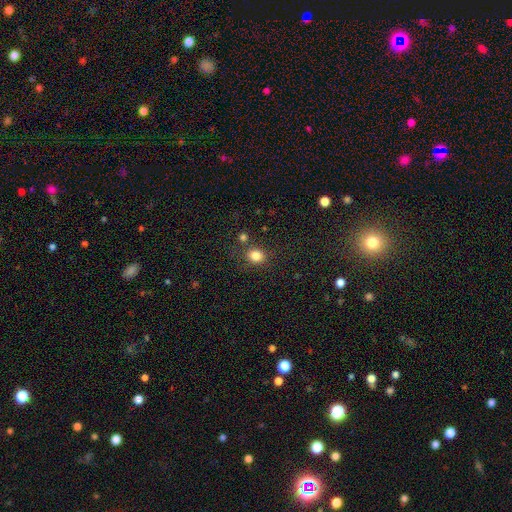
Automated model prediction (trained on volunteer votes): Overall: smooth (83%). How rounded: round (67%; in between 32%). Merging: none (75%).